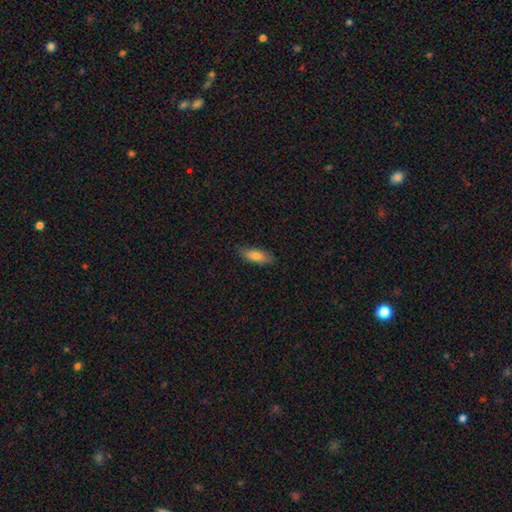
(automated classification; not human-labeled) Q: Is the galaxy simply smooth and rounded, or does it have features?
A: smooth — 81%.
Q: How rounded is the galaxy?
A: in between — 69%.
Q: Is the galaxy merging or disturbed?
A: none — 83%.